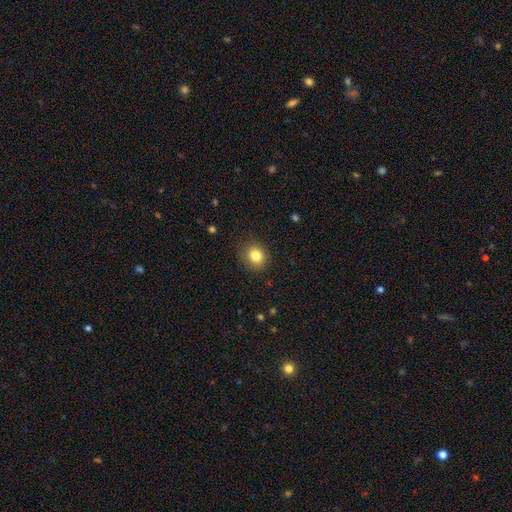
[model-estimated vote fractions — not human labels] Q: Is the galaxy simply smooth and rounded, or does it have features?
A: smooth — 82%.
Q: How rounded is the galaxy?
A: round — 75%.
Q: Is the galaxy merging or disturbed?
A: none — 83%.